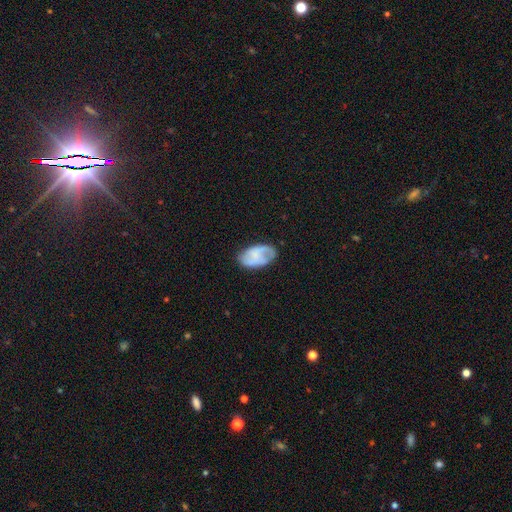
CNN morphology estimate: smooth-or-featured: featured or disk: 51% | smooth: 42% | star or artifact: 7%
  disk-edge-on: no: 96% | yes: 4%
  merging: none: 66% | minor disturbance: 23% | major disturbance: 9% | merger: 2%